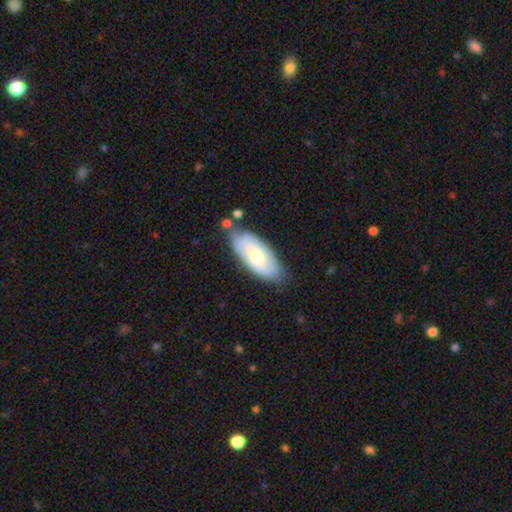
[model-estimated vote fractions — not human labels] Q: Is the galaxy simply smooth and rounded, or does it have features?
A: smooth — 54%.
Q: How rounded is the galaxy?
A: in between — 86%.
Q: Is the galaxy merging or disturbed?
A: none — 64%.